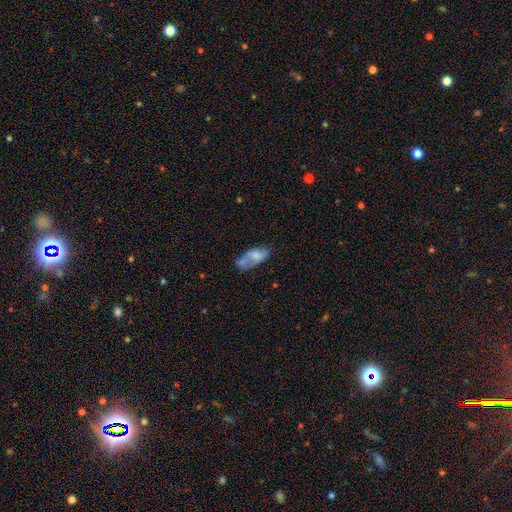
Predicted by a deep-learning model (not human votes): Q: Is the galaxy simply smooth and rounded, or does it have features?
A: smooth — 62%.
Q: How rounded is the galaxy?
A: in between — 89%.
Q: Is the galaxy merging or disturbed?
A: none — 32%.